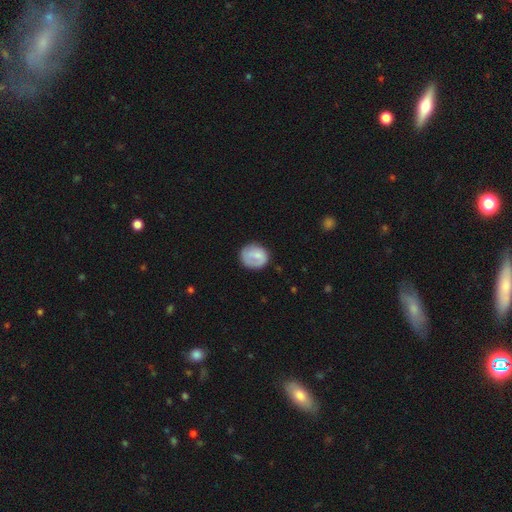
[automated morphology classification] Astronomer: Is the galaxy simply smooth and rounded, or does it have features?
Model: smooth — 71%.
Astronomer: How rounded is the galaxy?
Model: round — 75%.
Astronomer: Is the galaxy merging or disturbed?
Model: none — 68%.